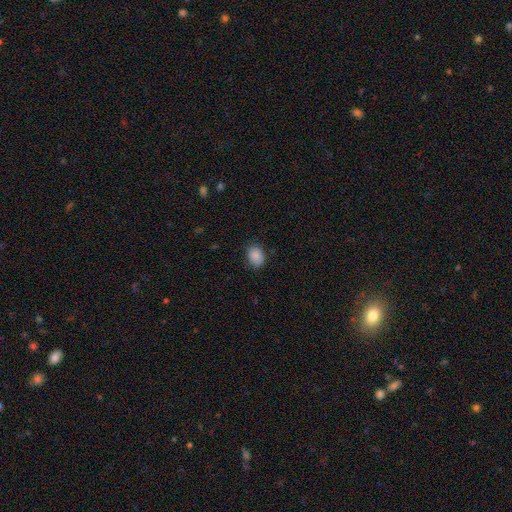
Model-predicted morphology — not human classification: smooth 87%, star or artifact 8%, featured or disk 4%. Down the decision tree: how rounded — in between (66%); merging — none (80%).